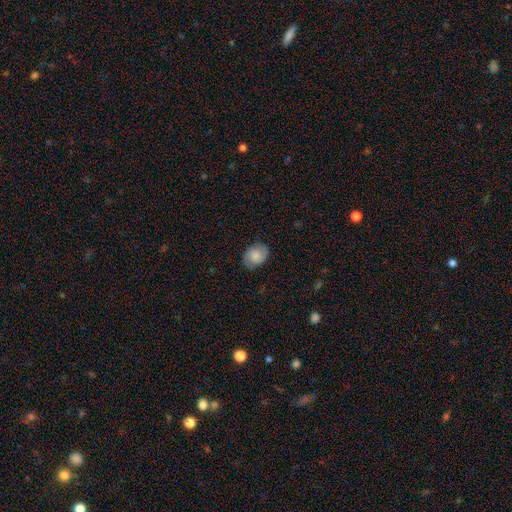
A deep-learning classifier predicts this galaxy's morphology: This is possibly a smooth galaxy (57%). How rounded: likely in between (65%). Merging: clearly none (81%).